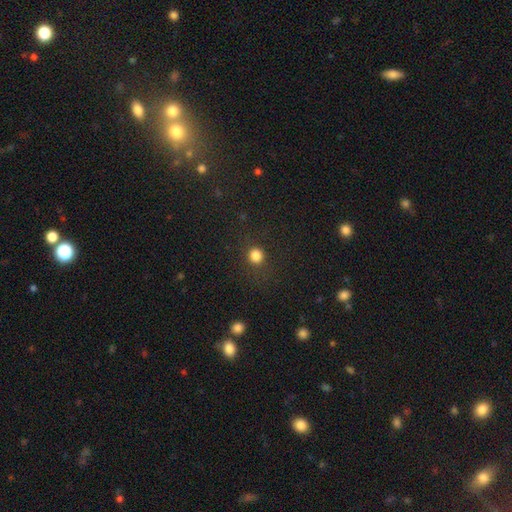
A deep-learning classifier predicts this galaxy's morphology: smooth-or-featured: smooth: 83% | star or artifact: 13% | featured or disk: 4%
  how-rounded: round: 90% | in between: 9% | cigar-shaped: 1%
  merging: none: 86% | minor disturbance: 8% | major disturbance: 4% | merger: 2%